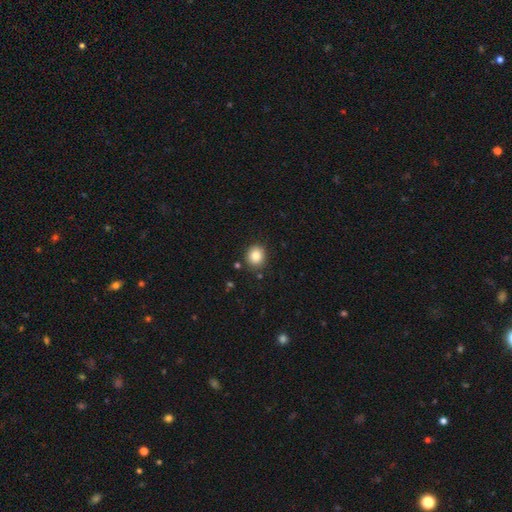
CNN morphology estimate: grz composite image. It shows a smooth galaxy with no disk features (85%) that is round (78%). Merging: none (86%).